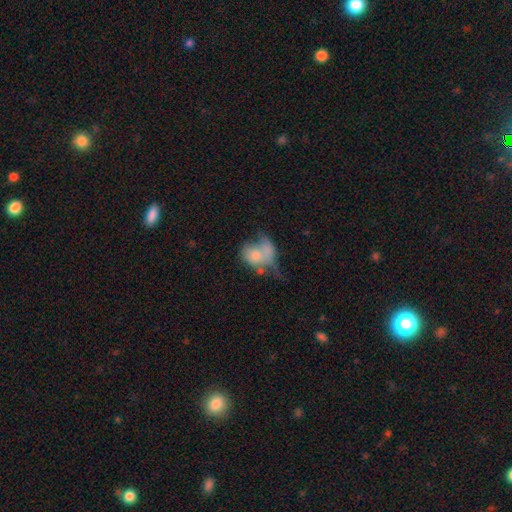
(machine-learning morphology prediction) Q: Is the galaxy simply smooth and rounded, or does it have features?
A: smooth — 59%.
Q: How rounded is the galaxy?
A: in between — 52%.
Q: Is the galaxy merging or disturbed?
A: merger — 36%.